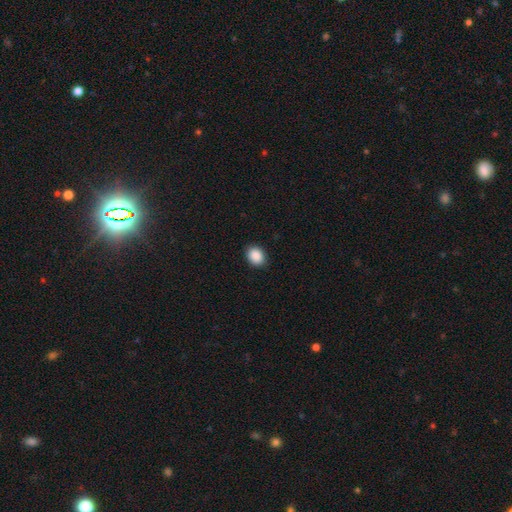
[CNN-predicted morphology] This appears to be a smooth galaxy with no disk features (90%) that is in between round and cigar-shaped (62%). Merging: none (90%).